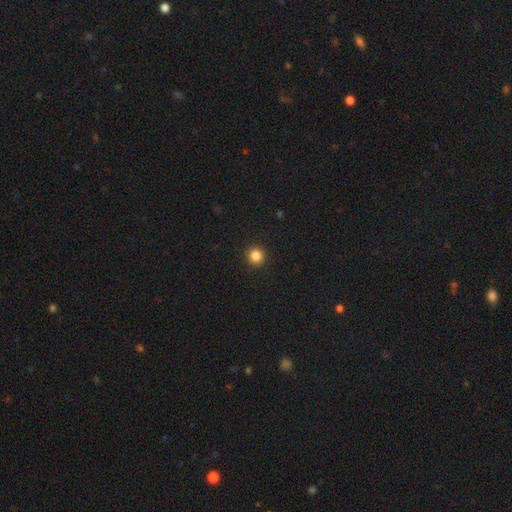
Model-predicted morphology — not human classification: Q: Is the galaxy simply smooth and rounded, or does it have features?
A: smooth — 85%.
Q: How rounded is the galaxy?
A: round — 95%.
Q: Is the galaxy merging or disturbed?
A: none — 93%.